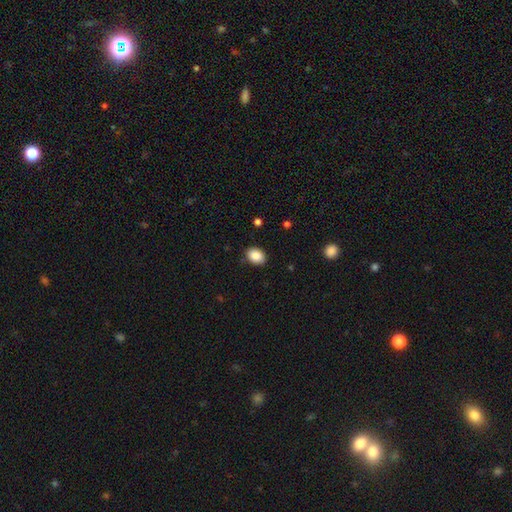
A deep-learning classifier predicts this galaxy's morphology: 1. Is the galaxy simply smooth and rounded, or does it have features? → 88% smooth, 8% star or artifact, 4% featured or disk.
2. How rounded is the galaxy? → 74% in between, 25% round, 1% cigar-shaped.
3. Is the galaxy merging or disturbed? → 86% none, 10% minor disturbance, 2% major disturbance, 1% merger.